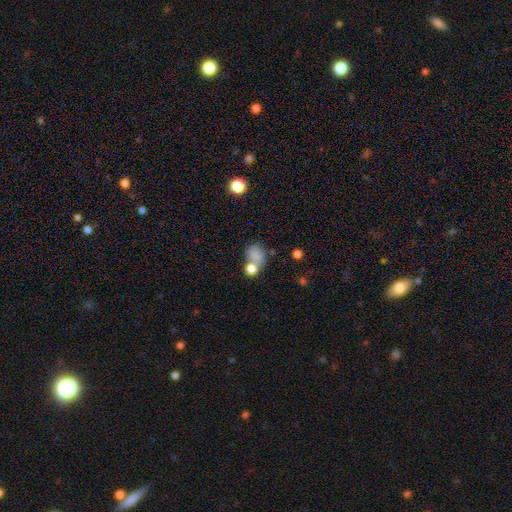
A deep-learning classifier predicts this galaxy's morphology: Q: Smooth or featured?
A: smooth (77%); runner-up: star or artifact (12%)
Q: How rounded?
A: in between (51%); runner-up: round (48%)
Q: Merging?
A: merger (41%); runner-up: none (35%)